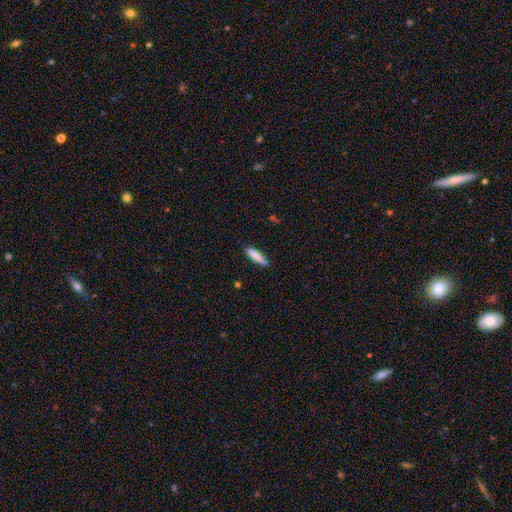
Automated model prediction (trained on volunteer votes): This is clearly a smooth galaxy (80%). How rounded: likely cigar-shaped (80%). Merging: clearly none (86%).